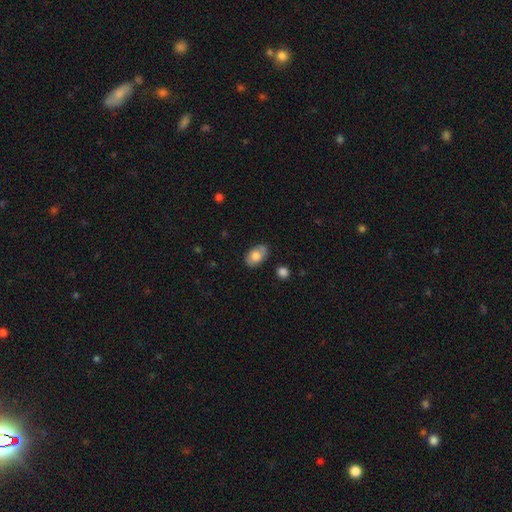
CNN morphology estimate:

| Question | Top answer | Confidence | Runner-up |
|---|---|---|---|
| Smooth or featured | smooth | 74% | featured or disk (19%) |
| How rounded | in between | 90% | round (9%) |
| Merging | none | 80% | minor disturbance (15%) |